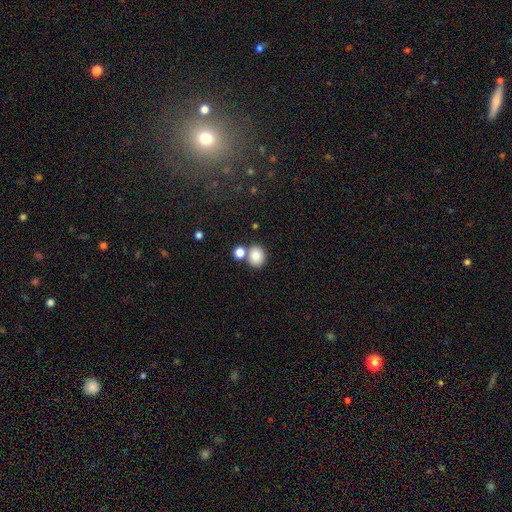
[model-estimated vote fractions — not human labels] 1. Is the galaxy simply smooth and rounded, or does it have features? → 81% smooth, 10% star or artifact, 8% featured or disk.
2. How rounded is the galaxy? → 70% round, 29% in between, 1% cigar-shaped.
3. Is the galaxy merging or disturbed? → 66% none, 23% merger, 8% minor disturbance, 3% major disturbance.